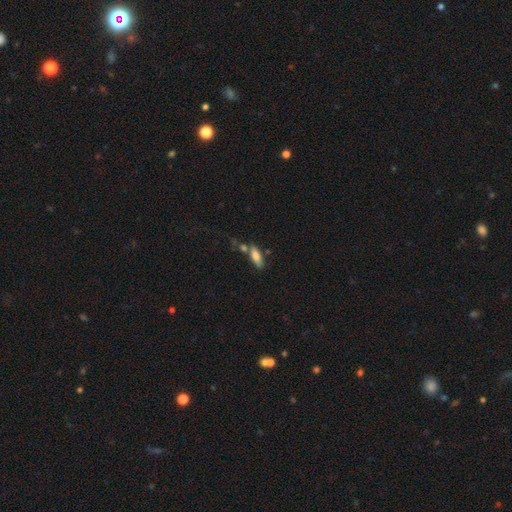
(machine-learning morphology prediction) smooth_or_featured: smooth (p=0.76) [alt: featured or disk p=0.17]
how_rounded: in between (p=0.61) [alt: cigar-shaped p=0.37]
merging: none (p=0.56) [alt: merger p=0.20]